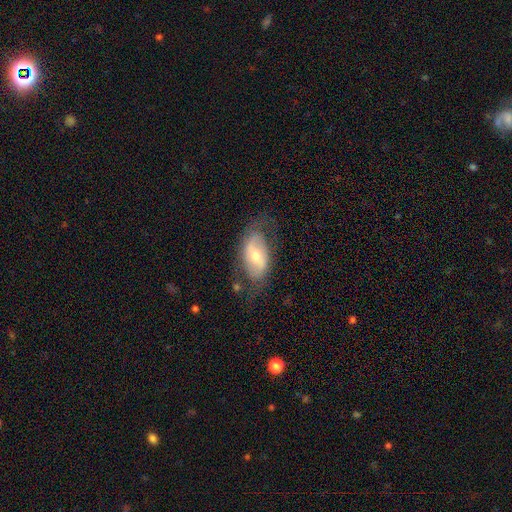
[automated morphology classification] Smooth or featured? Predicted: featured or disk (p=0.57). Edge-on disk? Predicted: no (p=0.91). Bar? Predicted: weak (p=0.39). Spiral arms? Predicted: yes (p=0.57). Bulge size? Predicted: moderate (p=0.66). Merging? Predicted: none (p=0.63).